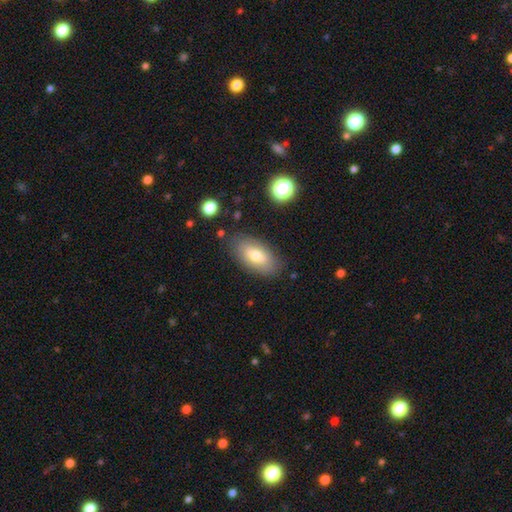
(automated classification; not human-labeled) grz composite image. It shows a smooth galaxy with no disk features (68%) that is in between round and cigar-shaped (90%). Merging: none (82%).